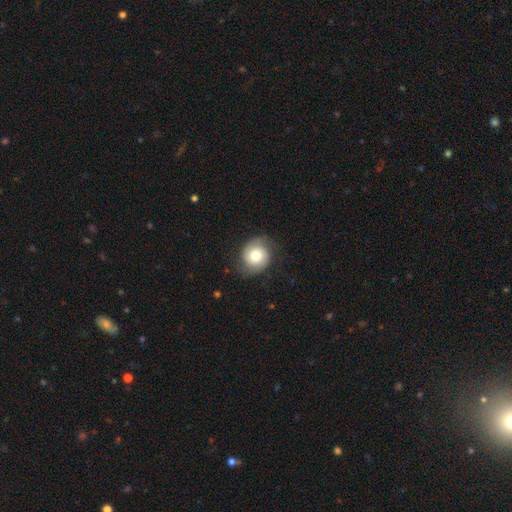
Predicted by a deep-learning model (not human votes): Morphology: type=smooth (56%); roundness=round (81%); merging=none (74%).